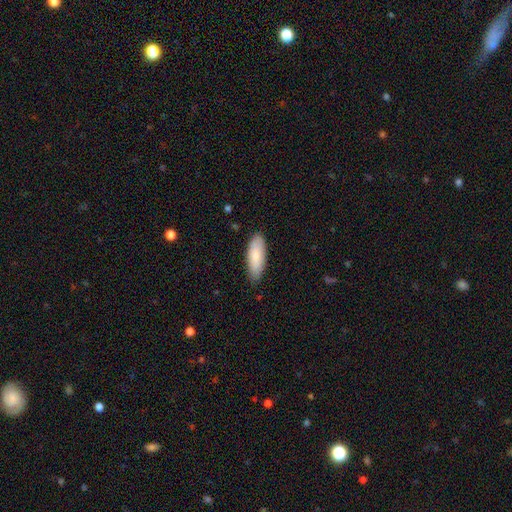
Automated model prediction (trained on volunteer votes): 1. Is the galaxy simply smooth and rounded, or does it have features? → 83% smooth, 11% featured or disk, 5% star or artifact.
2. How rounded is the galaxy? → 66% in between, 33% cigar-shaped, 1% round.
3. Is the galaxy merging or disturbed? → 84% none, 13% minor disturbance, 2% major disturbance, 1% merger.